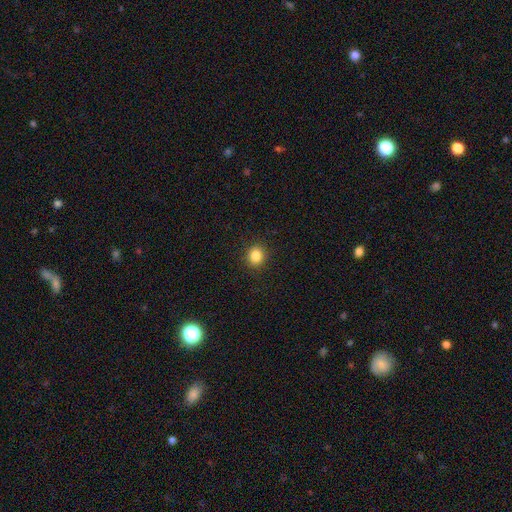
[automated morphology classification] This is clearly a smooth galaxy (84%). How rounded: clearly round (85%). Merging: clearly none (91%).